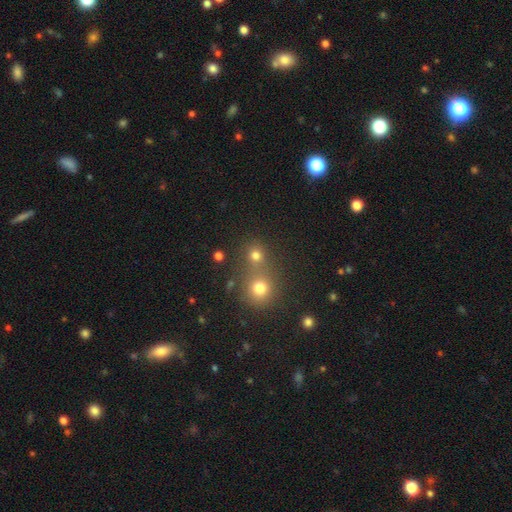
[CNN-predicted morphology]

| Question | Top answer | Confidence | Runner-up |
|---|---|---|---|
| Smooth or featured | smooth | 76% | star or artifact (17%) |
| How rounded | round | 86% | in between (13%) |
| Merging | none | 52% | merger (38%) |